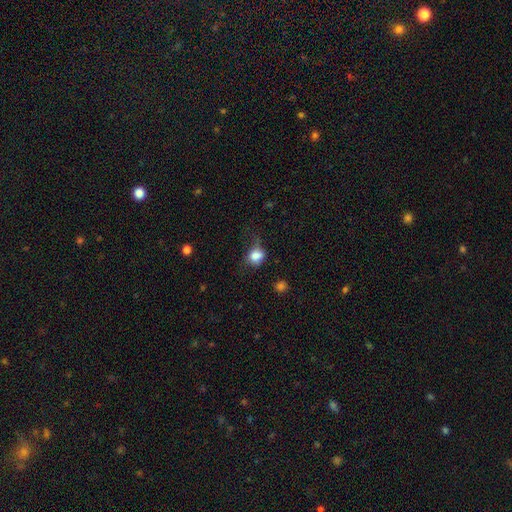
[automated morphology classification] This is likely a smooth galaxy (79%). How rounded: possibly round (54%). Merging: marginally none (41%).